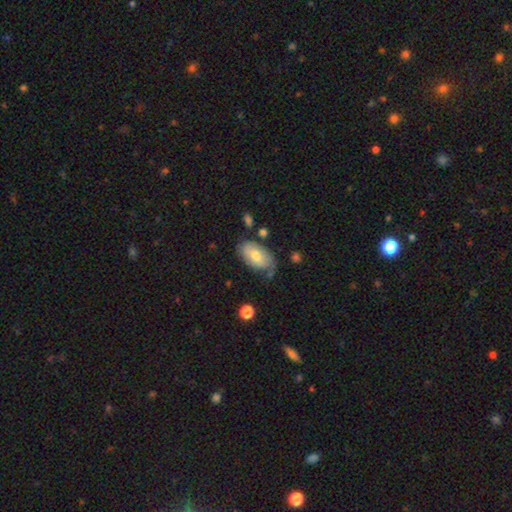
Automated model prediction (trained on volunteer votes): Smooth or featured? smooth (60%)
How rounded? in between (93%)
Merging? none (61%)